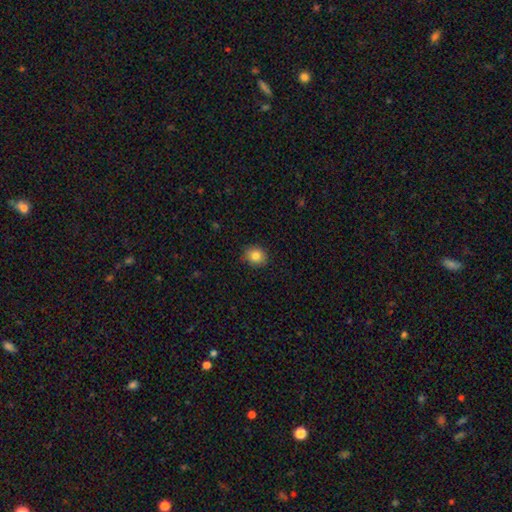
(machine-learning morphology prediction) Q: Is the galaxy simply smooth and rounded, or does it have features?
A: smooth — 84%.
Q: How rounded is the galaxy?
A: round — 75%.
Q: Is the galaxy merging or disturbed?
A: none — 86%.